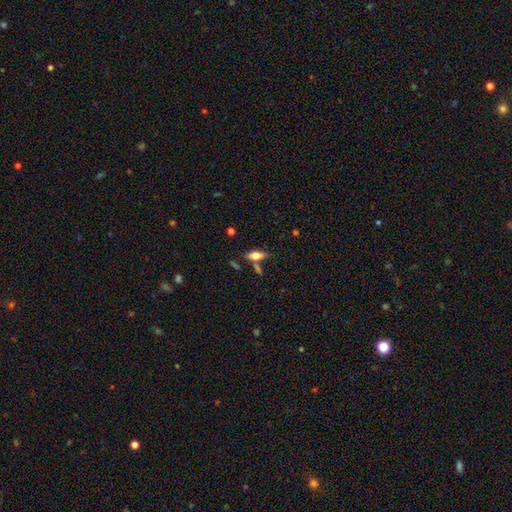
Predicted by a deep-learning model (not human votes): Smooth or featured?
  - smooth: 58% *
  - featured or disk: 33%
  - star or artifact: 9%
How rounded?
  - in between: 66% *
  - cigar-shaped: 30%
  - round: 3%
Merging?
  - none: 66% *
  - merger: 15%
  - minor disturbance: 14%
  - major disturbance: 5%